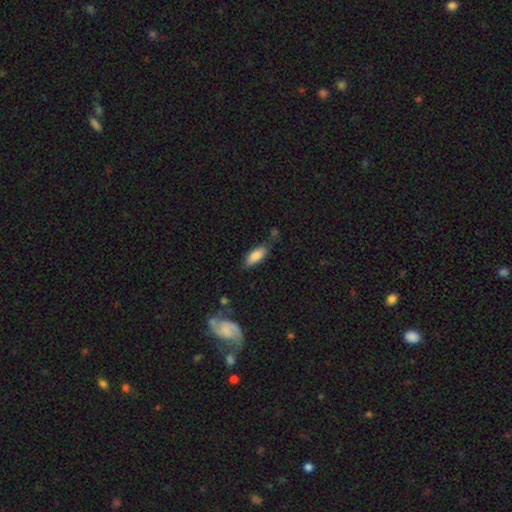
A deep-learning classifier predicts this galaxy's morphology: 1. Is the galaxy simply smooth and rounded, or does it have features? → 82% smooth, 12% featured or disk, 7% star or artifact.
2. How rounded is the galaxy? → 77% in between, 21% cigar-shaped, 2% round.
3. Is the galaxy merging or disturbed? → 63% none, 24% minor disturbance, 7% major disturbance, 6% merger.